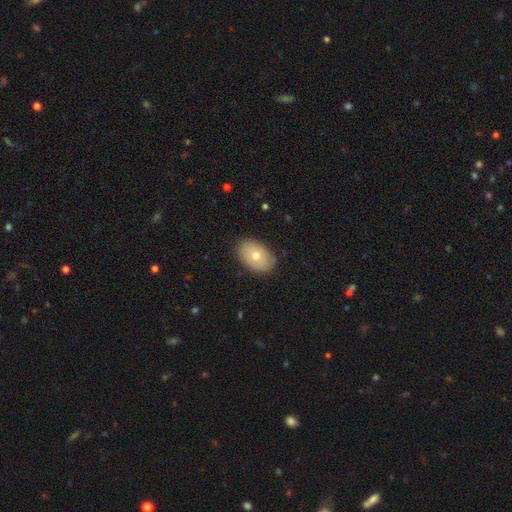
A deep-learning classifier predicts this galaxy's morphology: smooth_or_featured: smooth (p=0.69) [alt: featured or disk p=0.24]
how_rounded: in between (p=0.86) [alt: round p=0.13]
merging: none (p=0.85) [alt: minor disturbance p=0.12]